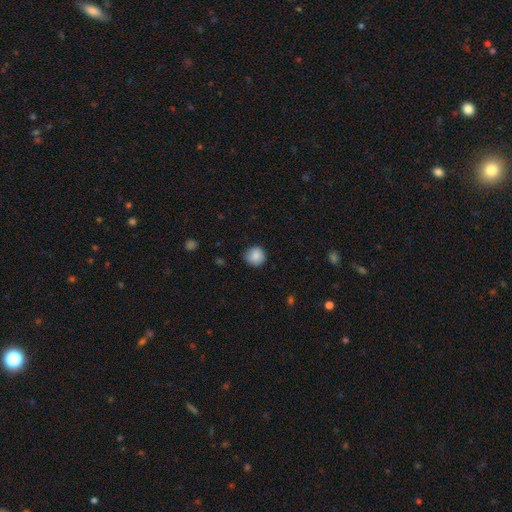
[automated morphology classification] Q: Smooth or featured?
A: smooth (86%); runner-up: star or artifact (8%)
Q: How rounded?
A: round (92%); runner-up: in between (7%)
Q: Merging?
A: none (84%); runner-up: minor disturbance (13%)